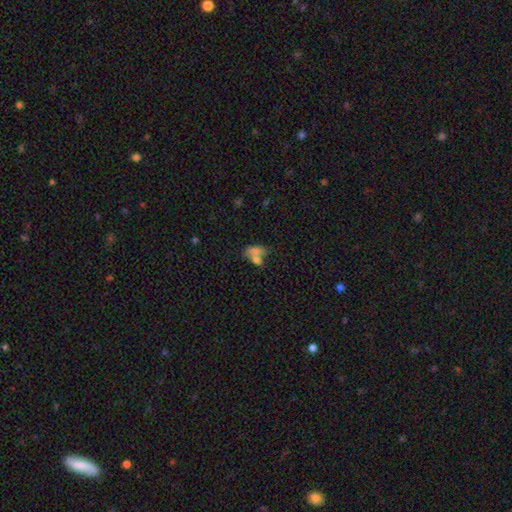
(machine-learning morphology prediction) Overall: smooth (72%). How rounded: in between (80%). Merging: merger (54%; none 28%).